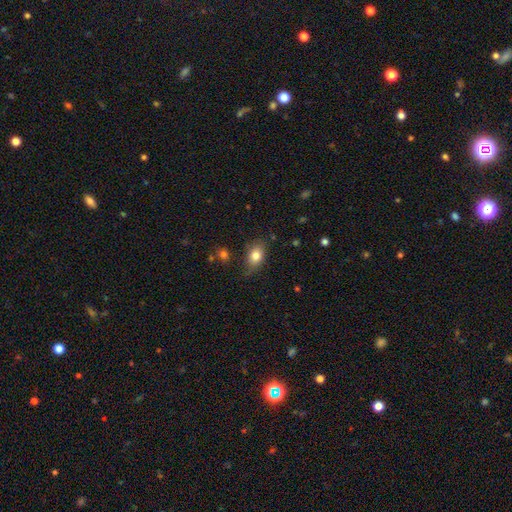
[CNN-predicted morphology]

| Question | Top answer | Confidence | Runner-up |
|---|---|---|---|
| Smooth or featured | smooth | 81% | featured or disk (11%) |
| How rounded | in between | 81% | round (16%) |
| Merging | none | 71% | minor disturbance (22%) |